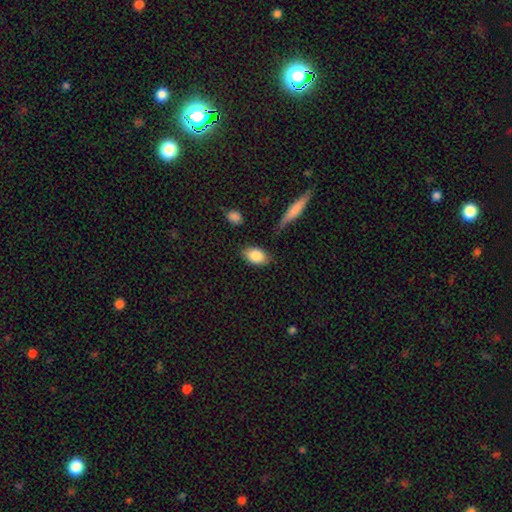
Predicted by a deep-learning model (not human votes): Morphology: type=smooth (83%); roundness=in between (88%); merging=none (81%).